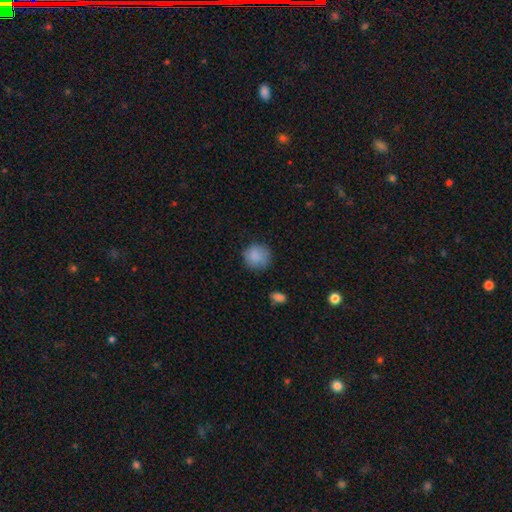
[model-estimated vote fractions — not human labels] Overall: smooth (86%). How rounded: round (89%). Merging: none (77%).